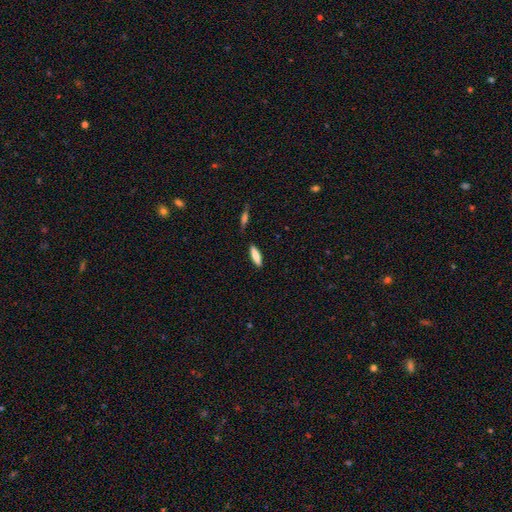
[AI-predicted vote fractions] Smooth or featured: smooth — 83% (featured or disk — 12%)
How rounded: cigar-shaped — 61% (in between — 38%)
Merging: none — 86% (minor disturbance — 10%)